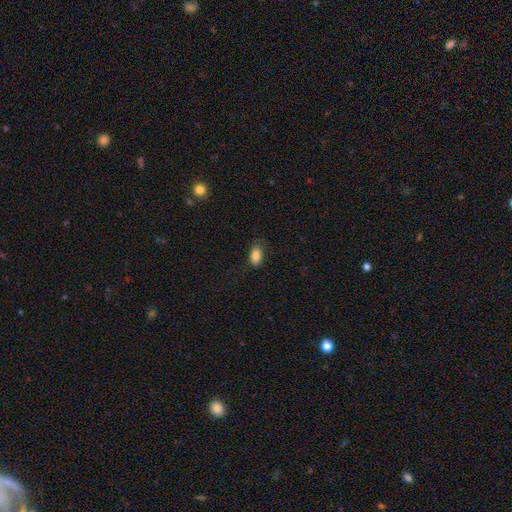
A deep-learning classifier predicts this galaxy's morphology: smooth 85%, star or artifact 9%, featured or disk 6%. Down the decision tree: how rounded — in between (90%); merging — none (81%).